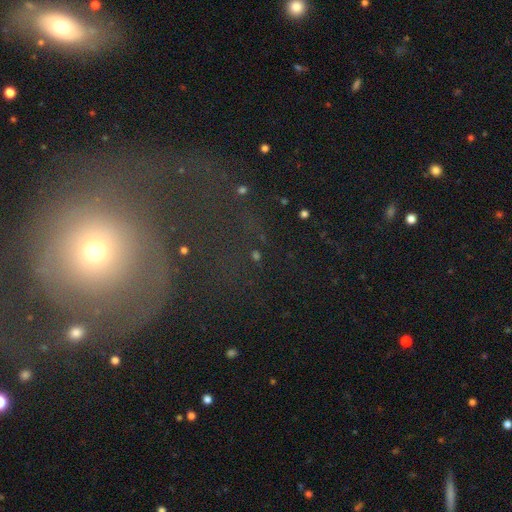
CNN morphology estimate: type=star or artifact (67%).